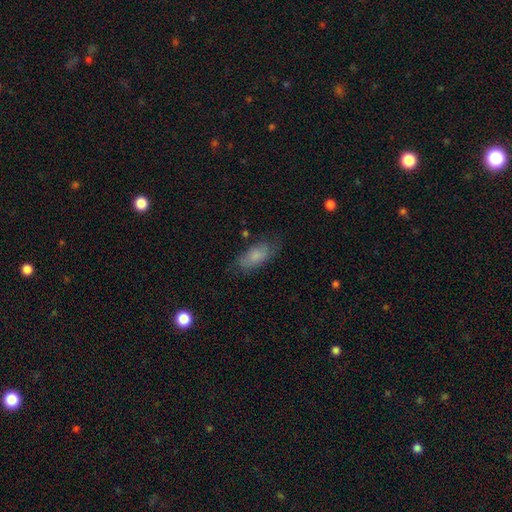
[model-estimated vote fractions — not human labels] A smooth galaxy with no disk features (71%) that is in between round and cigar-shaped (84%).

Vote fractions:
- Smooth or featured? smooth: 71% / featured or disk: 21% / star or artifact: 8%
- How rounded? in between: 84% / cigar-shaped: 13% / round: 3%
- Merging? none: 66% / minor disturbance: 23% / major disturbance: 8% / merger: 2%